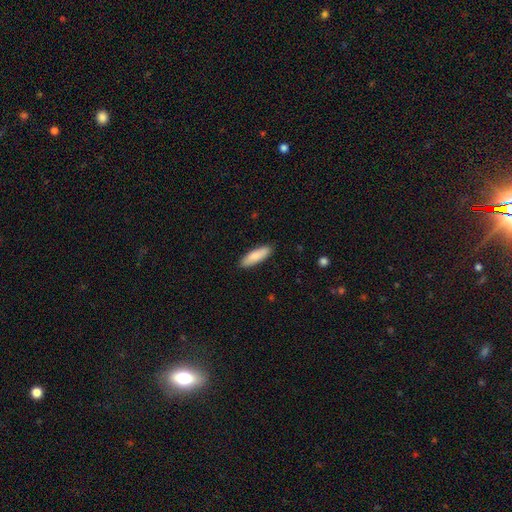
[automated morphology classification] A smooth galaxy with no disk features (86%) that is cigar-shaped (54%). Merging: none (89%).